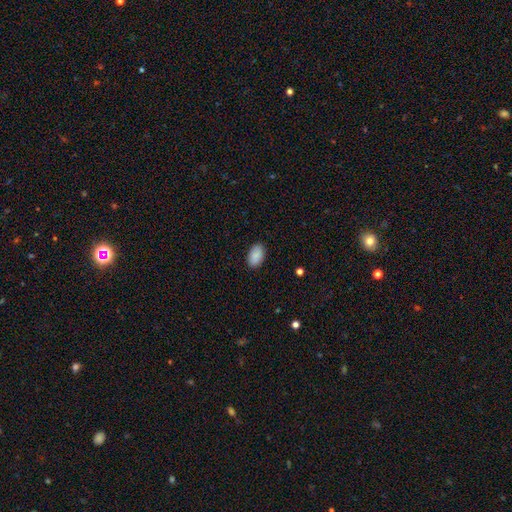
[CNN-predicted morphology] Smooth or featured: smooth — 90% (star or artifact — 7%)
How rounded: in between — 93% (round — 5%)
Merging: none — 89% (minor disturbance — 8%)